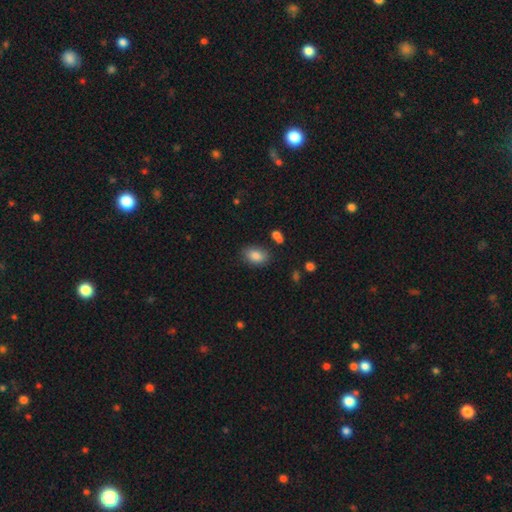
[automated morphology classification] Overall: smooth (85%). How rounded: in between (83%). Merging: none (79%).